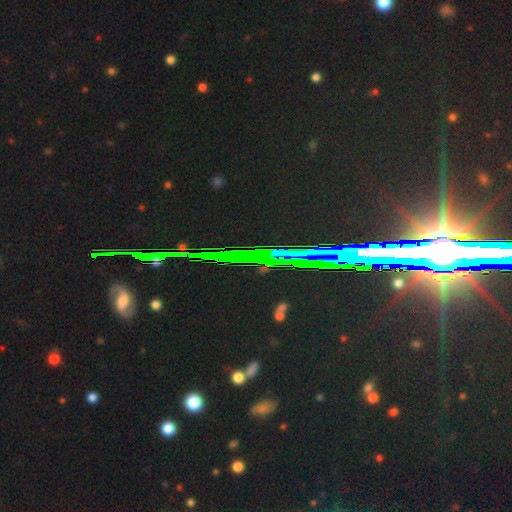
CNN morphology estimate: This is likely a star or artifact rather than a galaxy (77%).